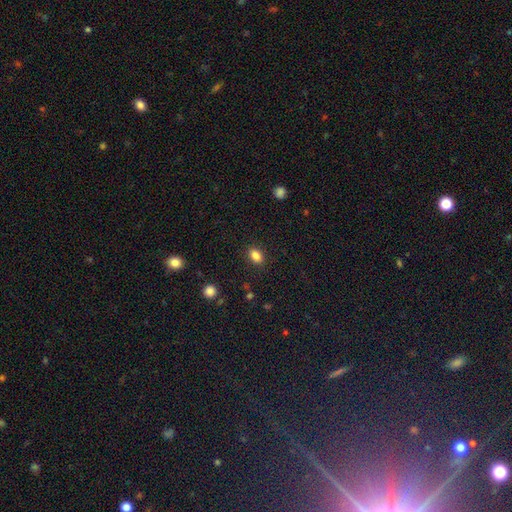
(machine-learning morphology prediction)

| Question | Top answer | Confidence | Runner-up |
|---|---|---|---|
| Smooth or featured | smooth | 85% | star or artifact (10%) |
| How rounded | in between | 79% | round (20%) |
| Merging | none | 87% | minor disturbance (9%) |